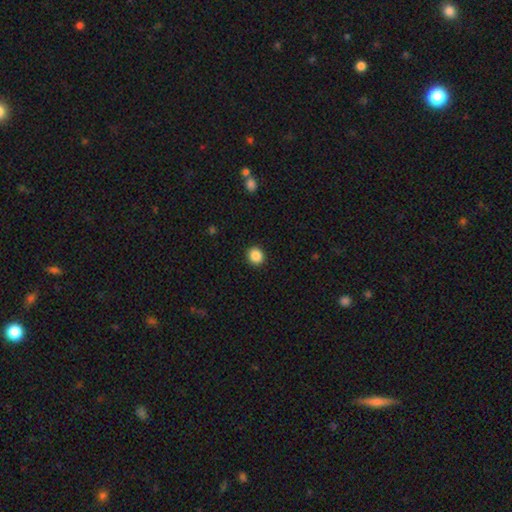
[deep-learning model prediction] Smooth or featured? smooth (87%)
How rounded? round (83%)
Merging? none (92%)